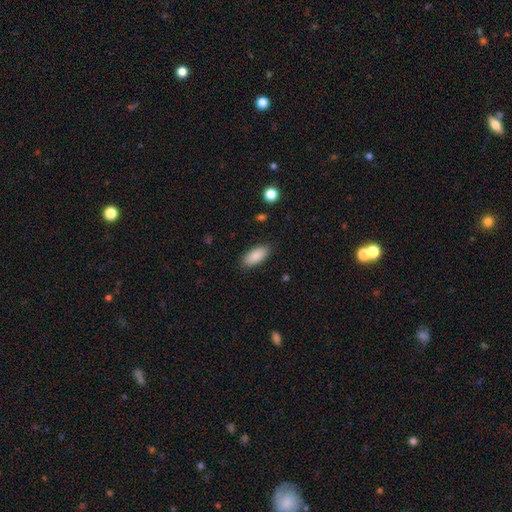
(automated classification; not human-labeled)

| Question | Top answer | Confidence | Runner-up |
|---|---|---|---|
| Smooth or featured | smooth | 88% | star or artifact (6%) |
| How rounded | in between | 88% | cigar-shaped (10%) |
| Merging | none | 86% | minor disturbance (10%) |